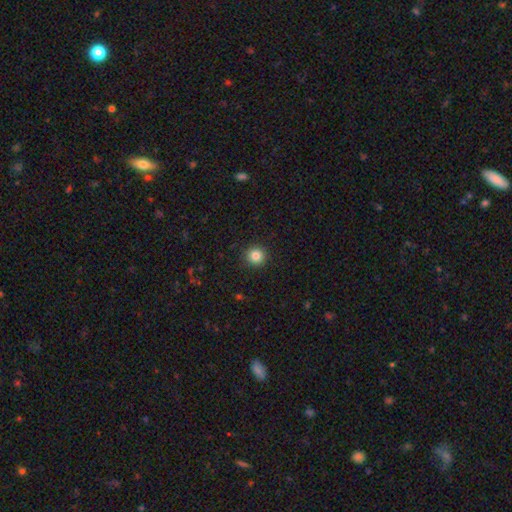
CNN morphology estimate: Smooth or featured?
  - smooth: 84% *
  - star or artifact: 11%
  - featured or disk: 5%
How rounded?
  - round: 94% *
  - in between: 5%
  - cigar-shaped: 1%
Merging?
  - none: 92% *
  - minor disturbance: 5%
  - major disturbance: 2%
  - merger: 1%